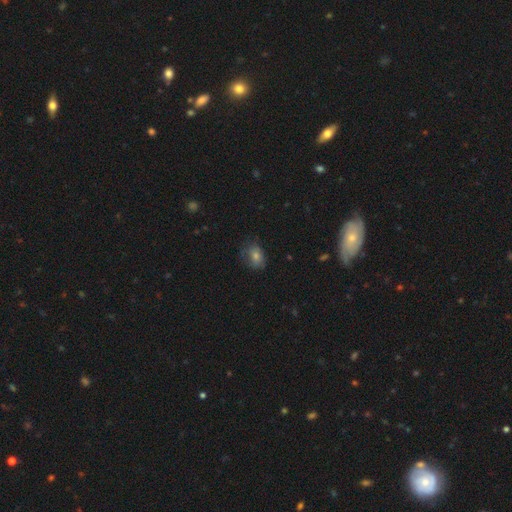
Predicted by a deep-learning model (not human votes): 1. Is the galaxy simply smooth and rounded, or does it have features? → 61% smooth, 21% featured or disk, 17% star or artifact.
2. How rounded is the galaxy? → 63% in between, 35% round, 2% cigar-shaped.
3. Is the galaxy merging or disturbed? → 67% none, 22% minor disturbance, 9% major disturbance, 2% merger.